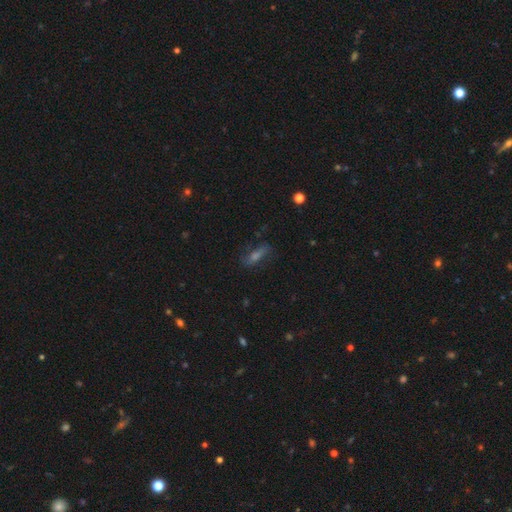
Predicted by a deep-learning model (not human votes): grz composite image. It shows a featured or disk galaxy (39%, tied with smooth). Merging: none (71%).